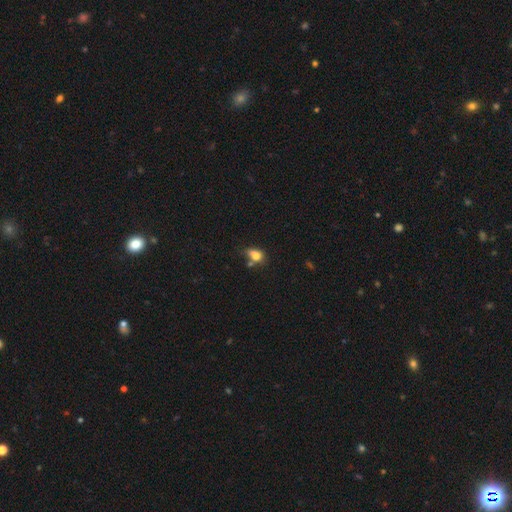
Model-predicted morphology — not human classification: This is likely a smooth galaxy (76%). How rounded: likely in between (69%). Merging: marginally none (39%).